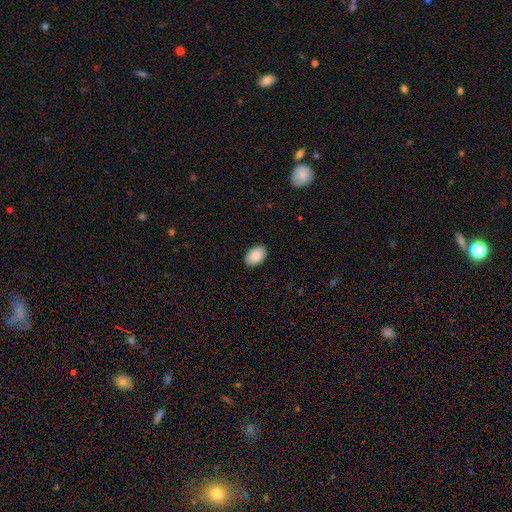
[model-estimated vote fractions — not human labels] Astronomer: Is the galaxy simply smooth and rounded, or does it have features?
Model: smooth — 89%.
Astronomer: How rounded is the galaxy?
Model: in between — 90%.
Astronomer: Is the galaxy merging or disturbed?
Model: none — 91%.